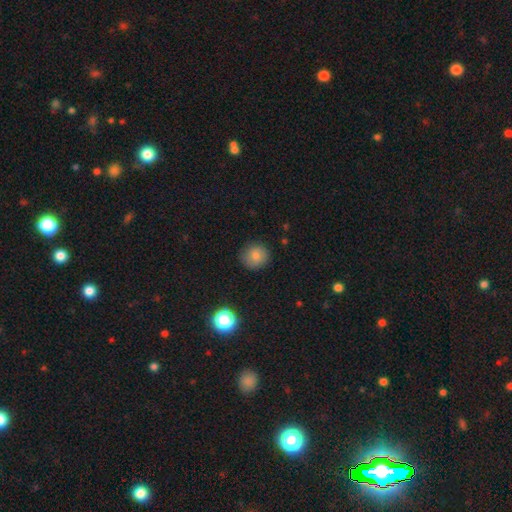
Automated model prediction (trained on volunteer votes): A smooth galaxy with no disk features (83%) that is round (89%). Merging: none (86%).